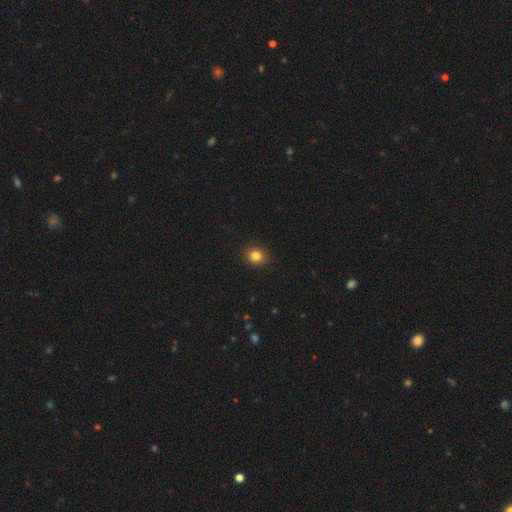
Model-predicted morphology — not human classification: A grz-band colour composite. It shows a smooth galaxy with no disk features (83%) that is round (74%). Merging: none (89%).